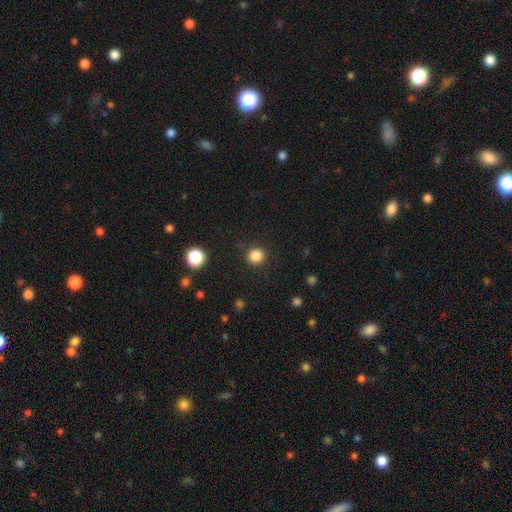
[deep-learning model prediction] Morphology: type=smooth (85%); roundness=round (86%); merging=none (90%).